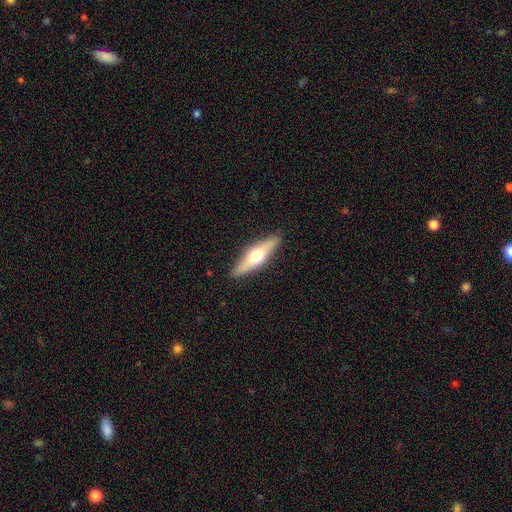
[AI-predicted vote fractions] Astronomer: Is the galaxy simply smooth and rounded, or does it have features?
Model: featured or disk — 51% (runner-up: smooth, 44%).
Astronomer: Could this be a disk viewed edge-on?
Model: yes — 90%.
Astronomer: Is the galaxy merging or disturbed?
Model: none — 89%.